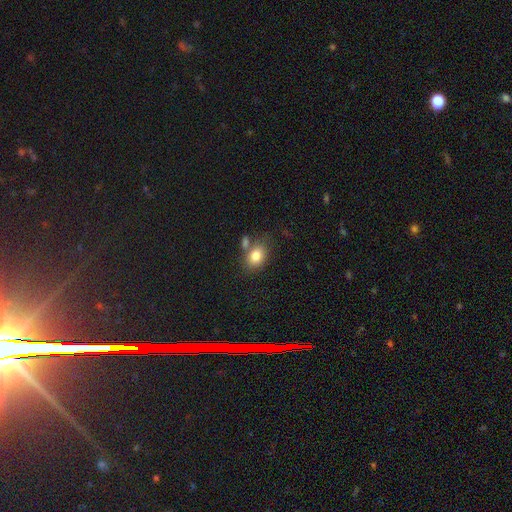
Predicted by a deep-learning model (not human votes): smooth-or-featured: smooth: 81% | featured or disk: 10% | star or artifact: 9%
  how-rounded: in between: 69% | round: 30% | cigar-shaped: 1%
  merging: none: 58% | merger: 20% | minor disturbance: 16% | major disturbance: 6%